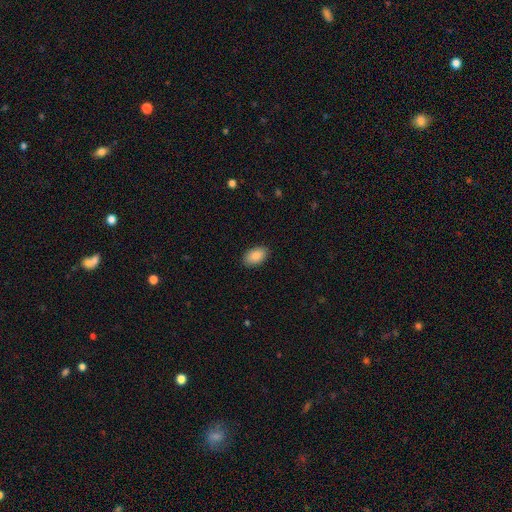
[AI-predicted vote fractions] smooth 88%, star or artifact 7%, featured or disk 5%. Down the decision tree: how rounded — in between (92%); merging — none (89%).